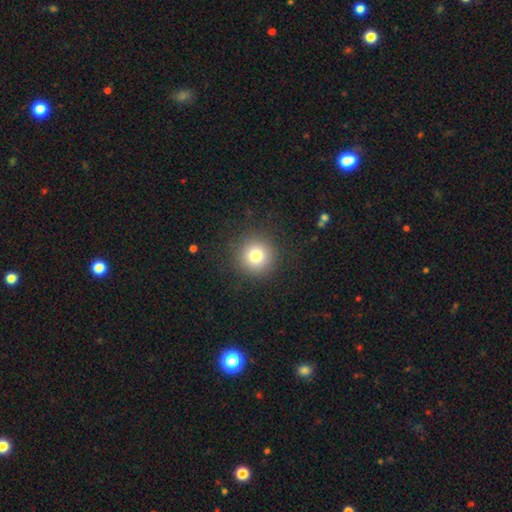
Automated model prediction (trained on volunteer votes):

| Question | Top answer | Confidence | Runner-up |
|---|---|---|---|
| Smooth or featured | smooth | 78% | star or artifact (13%) |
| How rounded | round | 95% | in between (4%) |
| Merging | none | 90% | minor disturbance (6%) |